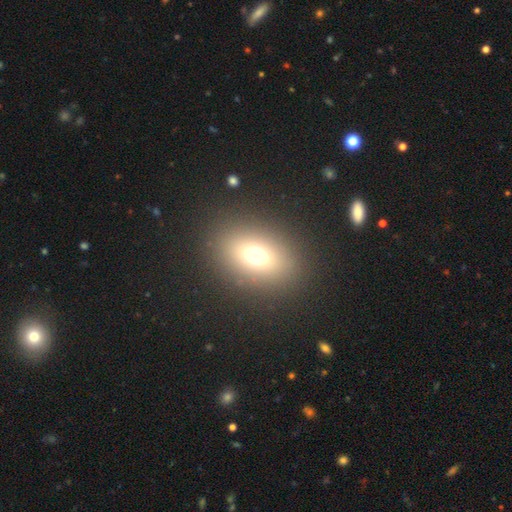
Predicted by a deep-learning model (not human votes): smooth_or_featured: smooth (p=0.69) [alt: star or artifact p=0.17]
how_rounded: in between (p=0.66) [alt: round p=0.32]
merging: none (p=0.87) [alt: minor disturbance p=0.07]